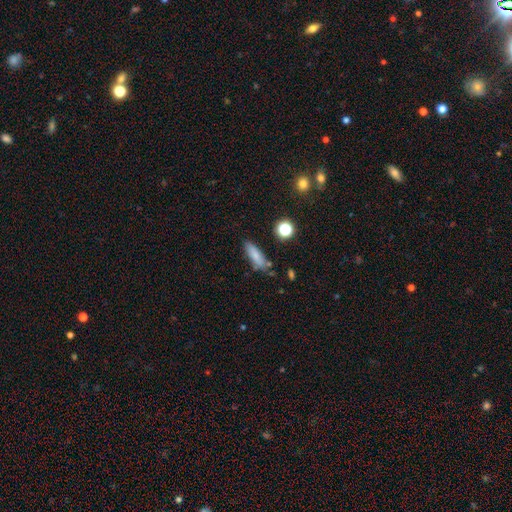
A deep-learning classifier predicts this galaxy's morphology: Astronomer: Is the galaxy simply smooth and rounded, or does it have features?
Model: smooth — 79%.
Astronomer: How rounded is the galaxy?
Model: cigar-shaped — 50% (runner-up: in between, 46%).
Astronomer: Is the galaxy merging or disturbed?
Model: none — 74%.